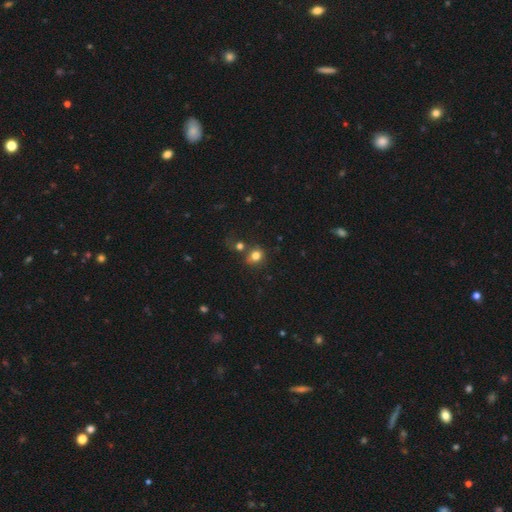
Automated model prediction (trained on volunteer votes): A smooth galaxy with no disk features (78%) that is round (71%).

Vote fractions:
- Smooth or featured? smooth: 78% / star or artifact: 13% / featured or disk: 8%
- How rounded? round: 71% / in between: 28% / cigar-shaped: 1%
- Merging? none: 61% / merger: 19% / minor disturbance: 14% / major disturbance: 6%